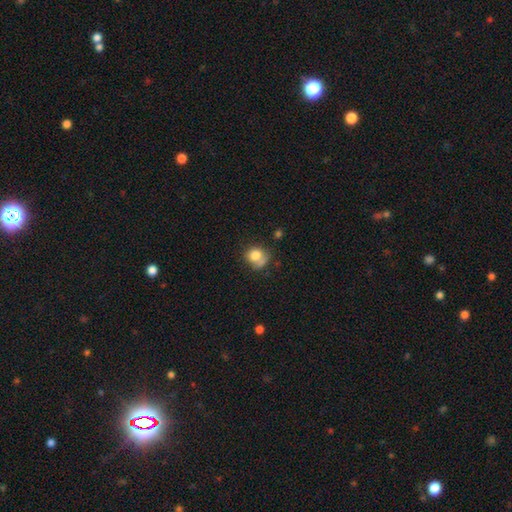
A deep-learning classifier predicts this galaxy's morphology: Q: Smooth or featured?
A: smooth (78%); runner-up: featured or disk (13%)
Q: How rounded?
A: round (70%); runner-up: in between (29%)
Q: Merging?
A: none (46%); runner-up: minor disturbance (25%)